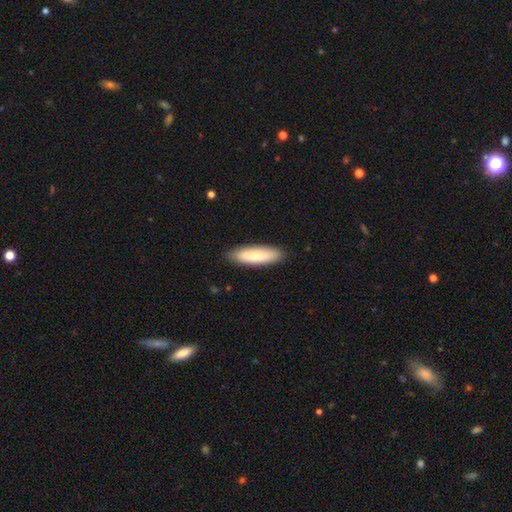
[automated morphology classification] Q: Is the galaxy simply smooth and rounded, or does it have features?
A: smooth — 82%.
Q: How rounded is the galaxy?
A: cigar-shaped — 58%.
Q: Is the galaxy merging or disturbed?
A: none — 88%.